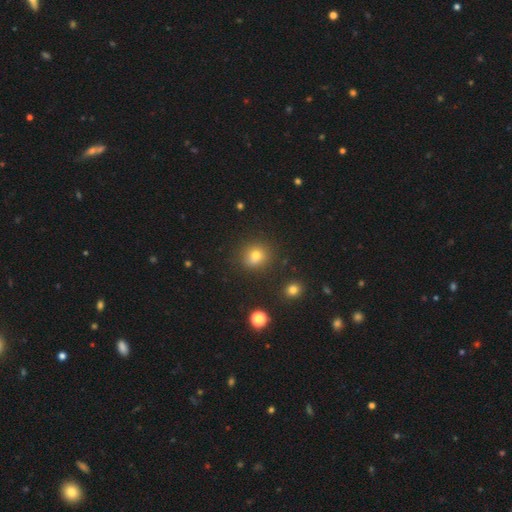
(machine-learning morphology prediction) The model was most divided on "smooth or featured": smooth: 75%, star or artifact: 16%, featured or disk: 9%. More confident: merging — none (84%); how rounded — round (79%).